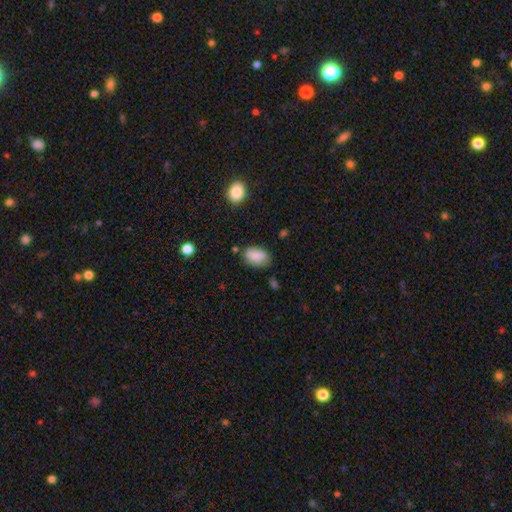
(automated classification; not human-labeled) A smooth galaxy with no disk features (82%) that is in between round and cigar-shaped (89%).

Vote fractions:
- Smooth or featured? smooth: 82% / featured or disk: 10% / star or artifact: 8%
- How rounded? in between: 89% / round: 10% / cigar-shaped: 1%
- Merging? none: 70% / minor disturbance: 22% / major disturbance: 5% / merger: 3%